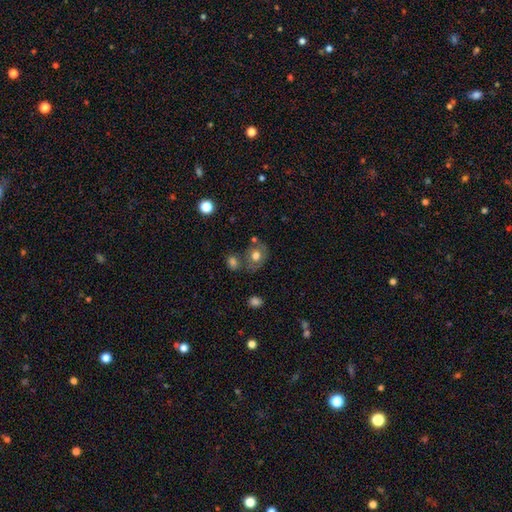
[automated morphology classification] A smooth galaxy with no disk features (64%) that is round (53%). Merging: none (56%).